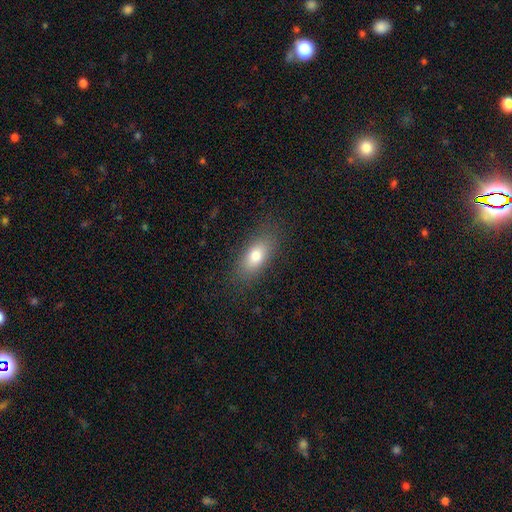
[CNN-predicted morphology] Overall: smooth (77%). How rounded: in between (83%). Merging: none (84%).